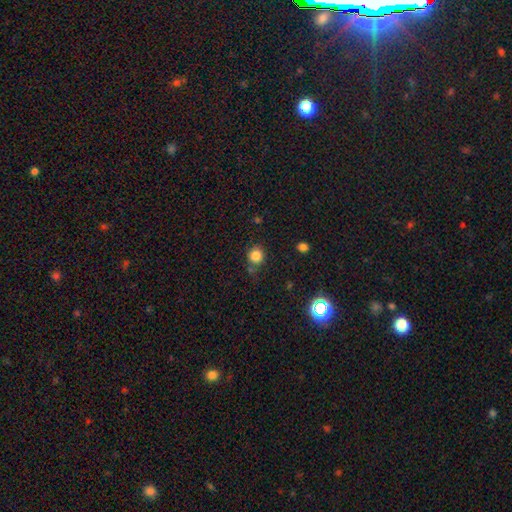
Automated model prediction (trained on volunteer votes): A smooth galaxy with no disk features (82%) that is round (89%).

Vote fractions:
- Smooth or featured? smooth: 82% / star or artifact: 13% / featured or disk: 5%
- How rounded? round: 89% / in between: 10% / cigar-shaped: 1%
- Merging? none: 77% / minor disturbance: 13% / merger: 6% / major disturbance: 4%